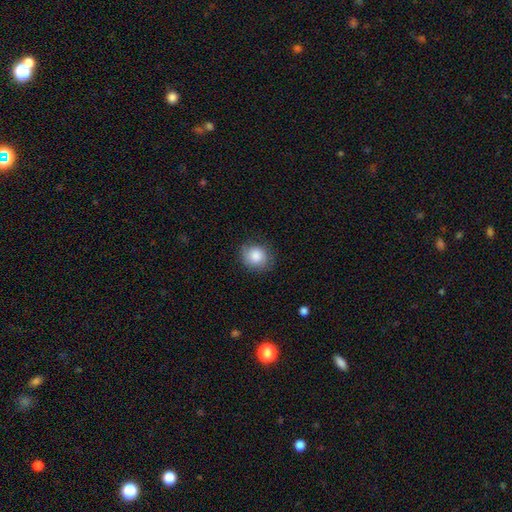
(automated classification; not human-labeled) Morphology: type=smooth (83%); roundness=round (69%); merging=none (78%).